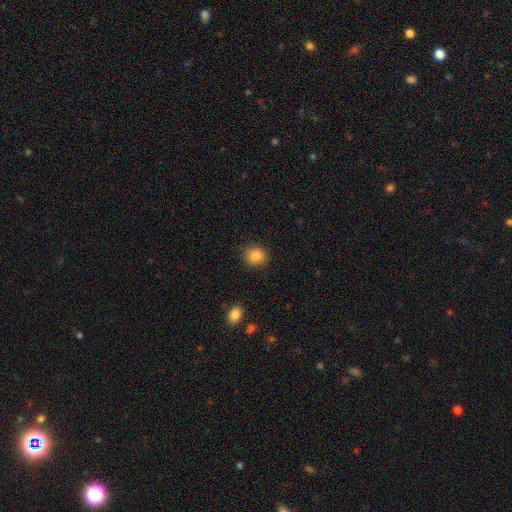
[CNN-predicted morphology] Overall: smooth (86%). How rounded: round (78%). Merging: none (89%).